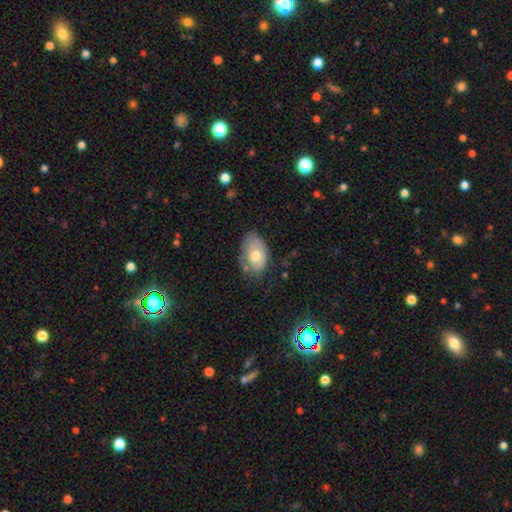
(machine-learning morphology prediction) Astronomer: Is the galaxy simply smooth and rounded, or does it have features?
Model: smooth — 59%.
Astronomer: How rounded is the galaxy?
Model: in between — 87%.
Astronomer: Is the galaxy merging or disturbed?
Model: none — 55% (runner-up: minor disturbance, 32%).